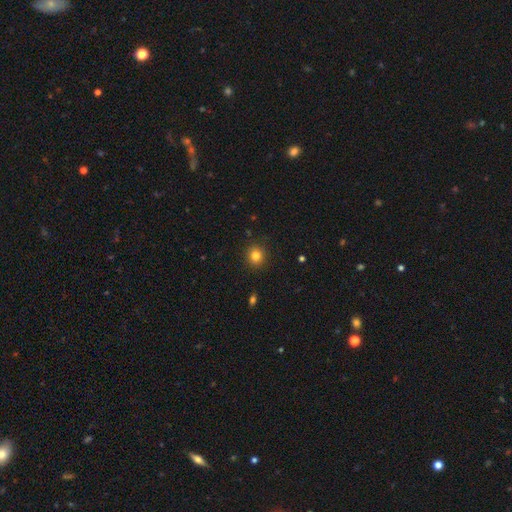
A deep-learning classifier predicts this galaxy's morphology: Smooth or featured?
  - smooth: 82% *
  - star or artifact: 12%
  - featured or disk: 6%
How rounded?
  - round: 89% *
  - in between: 10%
  - cigar-shaped: 1%
Merging?
  - none: 91% *
  - minor disturbance: 6%
  - major disturbance: 2%
  - merger: 1%